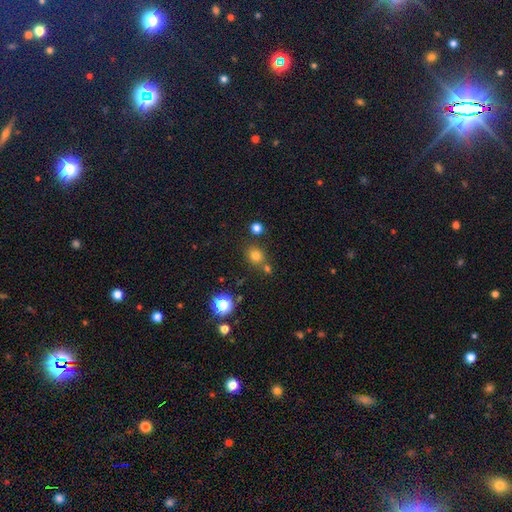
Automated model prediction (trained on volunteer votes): A smooth galaxy with no disk features (75%) that is round (75%). Merging: none (70%).